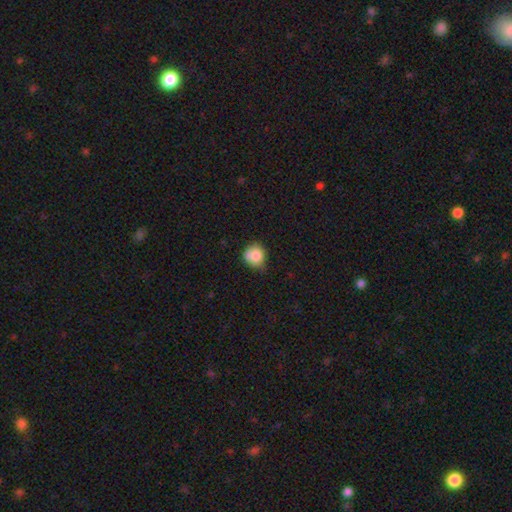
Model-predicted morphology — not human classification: Q: Smooth or featured?
A: smooth (81%); runner-up: featured or disk (10%)
Q: How rounded?
A: round (82%); runner-up: in between (17%)
Q: Merging?
A: none (55%); runner-up: minor disturbance (31%)